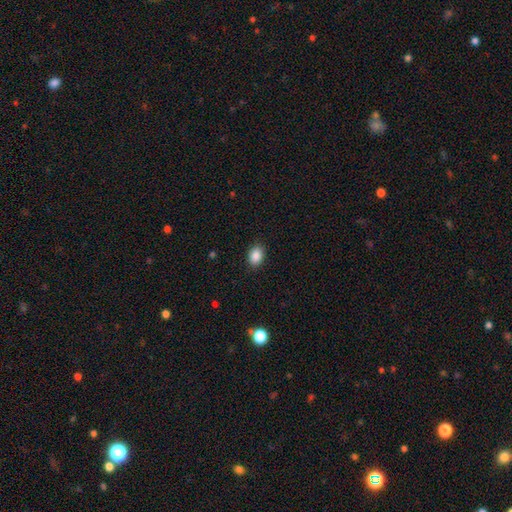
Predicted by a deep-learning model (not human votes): smooth_or_featured: smooth (p=0.88) [alt: star or artifact p=0.08]
how_rounded: in between (p=0.77) [alt: round p=0.22]
merging: none (p=0.88) [alt: minor disturbance p=0.09]